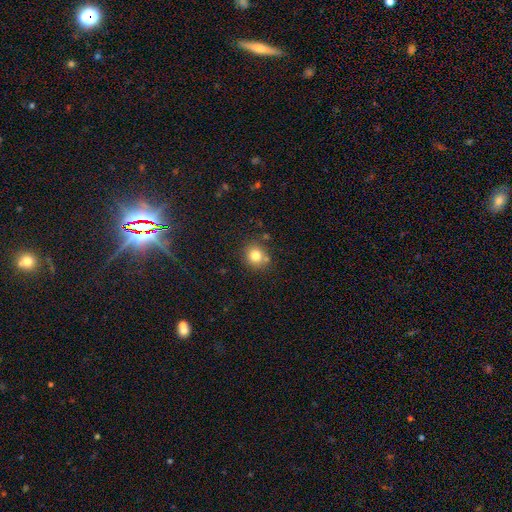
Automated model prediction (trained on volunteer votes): smooth-or-featured: smooth: 80% | star or artifact: 12% | featured or disk: 8%
  how-rounded: round: 86% | in between: 13% | cigar-shaped: 1%
  merging: none: 76% | minor disturbance: 11% | merger: 9% | major disturbance: 3%